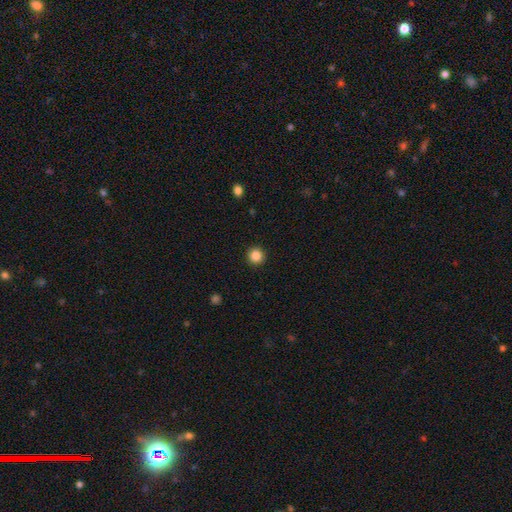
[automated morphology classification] The model was most divided on "smooth or featured": smooth: 85%, star or artifact: 11%, featured or disk: 4%. More confident: how rounded — round (95%); merging — none (92%).